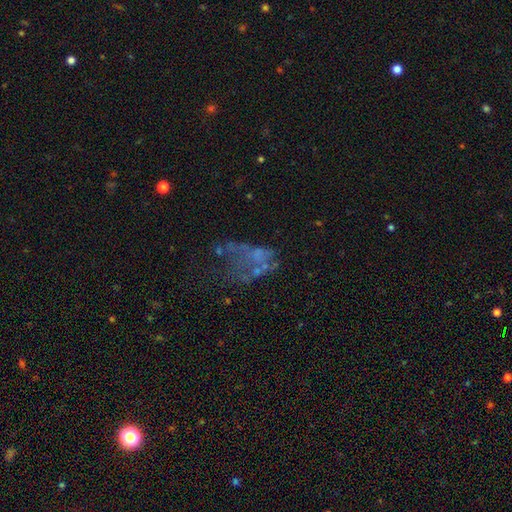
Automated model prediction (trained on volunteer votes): smooth-or-featured: featured or disk: 49% | smooth: 27% | star or artifact: 24%
  merging: major disturbance: 42% | none: 30% | merger: 14% | minor disturbance: 14%